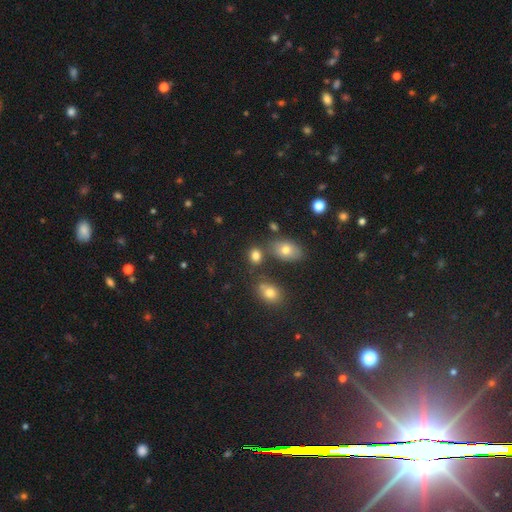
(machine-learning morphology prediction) smooth_or_featured: smooth (p=0.79) [alt: star or artifact p=0.13]
how_rounded: in between (p=0.56) [alt: round p=0.42]
merging: none (p=0.66) [alt: merger p=0.16]